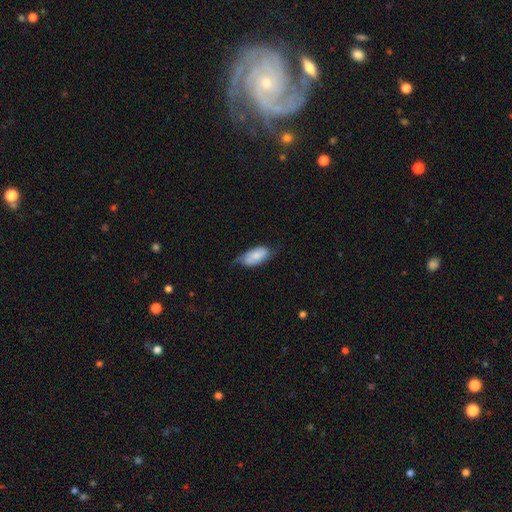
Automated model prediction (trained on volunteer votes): Smooth or featured? smooth (68%)
How rounded? in between (91%)
Merging? none (52%)